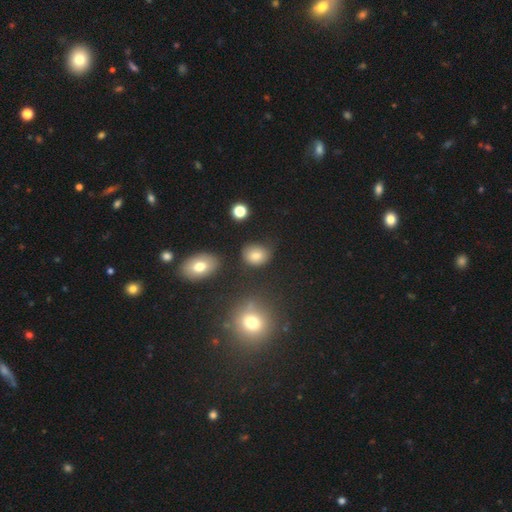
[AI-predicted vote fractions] smooth 79%, star or artifact 13%, featured or disk 8%. Down the decision tree: how rounded — round (55%); merging — none (77%).